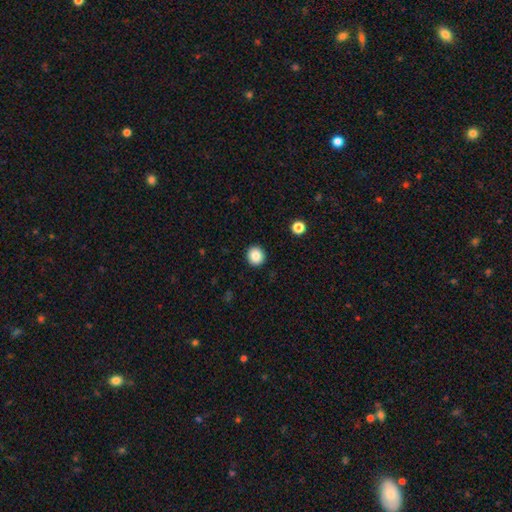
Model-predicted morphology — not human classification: A smooth galaxy with no disk features (87%) that is round (91%).

Vote fractions:
- Smooth or featured? smooth: 87% / star or artifact: 9% / featured or disk: 4%
- How rounded? round: 91% / in between: 8% / cigar-shaped: 1%
- Merging? none: 92% / minor disturbance: 5% / major disturbance: 2% / merger: 1%